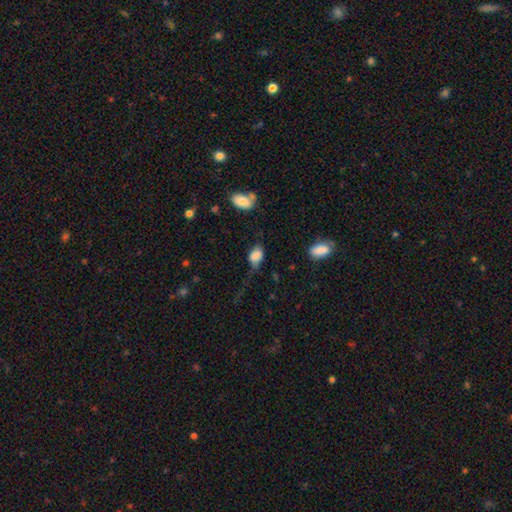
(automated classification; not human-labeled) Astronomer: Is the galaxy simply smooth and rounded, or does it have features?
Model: smooth — 80%.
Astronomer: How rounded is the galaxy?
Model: in between — 86%.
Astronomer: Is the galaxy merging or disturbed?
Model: minor disturbance — 34% (runner-up: none, 32%).